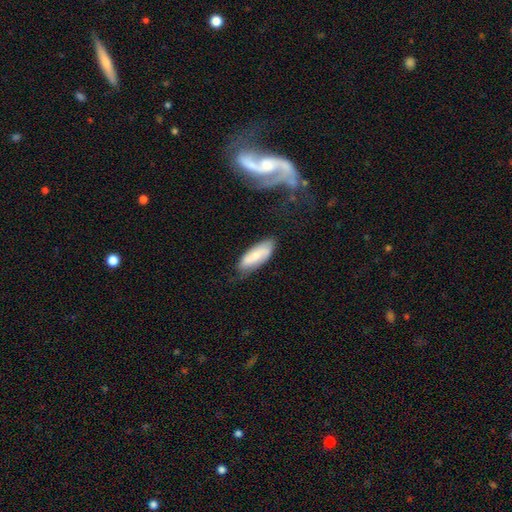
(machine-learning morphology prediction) Smooth or featured? smooth (60%)
How rounded? in between (72%)
Merging? none (67%)